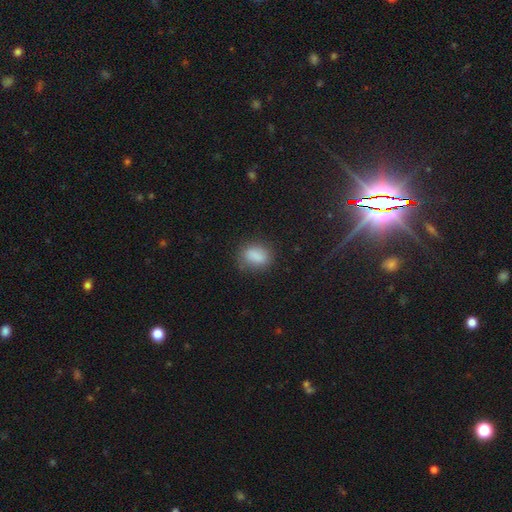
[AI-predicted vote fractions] Overall: smooth (85%). How rounded: in between (71%). Merging: none (76%).